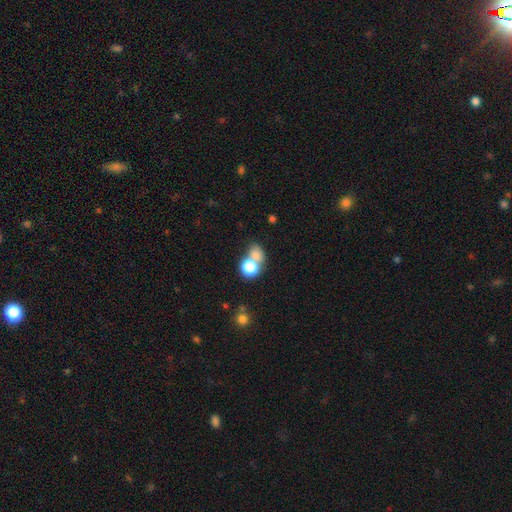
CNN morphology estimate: A smooth galaxy with no disk features (75%) that is round (60%).

Vote fractions:
- Smooth or featured? smooth: 75% / star or artifact: 14% / featured or disk: 11%
- How rounded? round: 60% / in between: 38% / cigar-shaped: 1%
- Merging? merger: 50% / none: 35% / minor disturbance: 9% / major disturbance: 6%